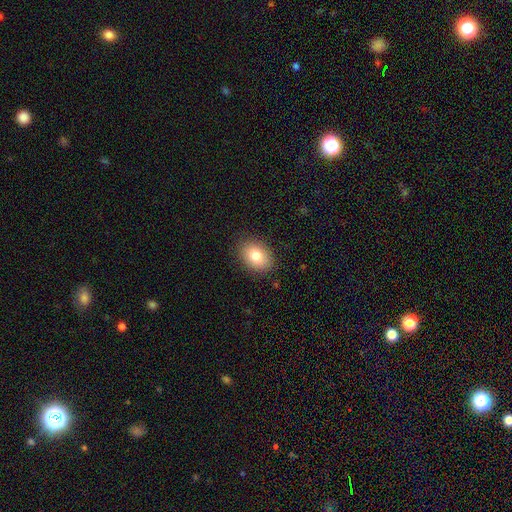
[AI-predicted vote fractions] A smooth galaxy with no disk features (80%) that is in between round and cigar-shaped (75%). Merging: none (87%).